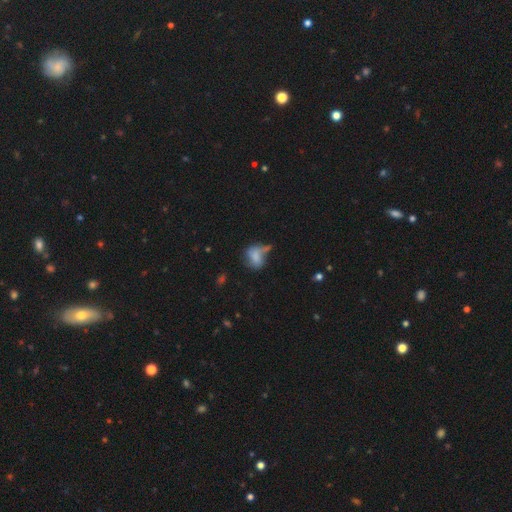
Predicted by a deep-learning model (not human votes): smooth 69%, featured or disk 19%, star or artifact 12%. Down the decision tree: how rounded — in between (65%); merging — none (33%).